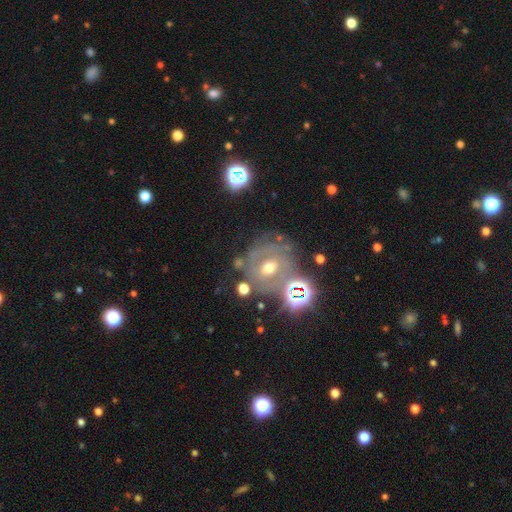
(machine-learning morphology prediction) Q: Smooth or featured?
A: featured or disk (58%); runner-up: star or artifact (24%)
Q: Edge-on disk?
A: no (94%); runner-up: yes (6%)
Q: Bar?
A: no (53%); runner-up: weak (32%)
Q: Spiral arms?
A: yes (66%); runner-up: no (34%)
Q: Bulge size?
A: moderate (57%); runner-up: small (37%)
Q: Merging?
A: none (62%); runner-up: minor disturbance (17%)